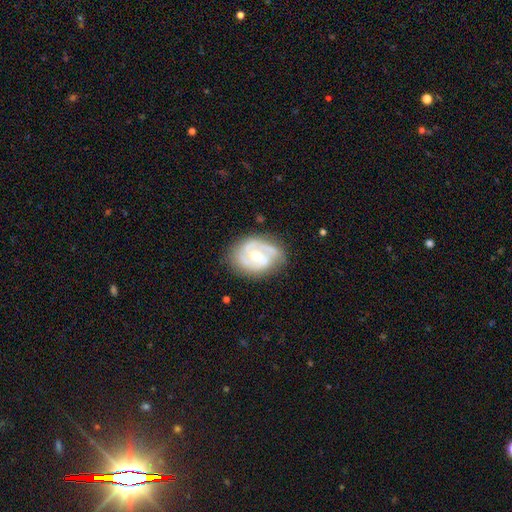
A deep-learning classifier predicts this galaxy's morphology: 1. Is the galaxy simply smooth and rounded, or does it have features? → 82% featured or disk, 14% smooth, 5% star or artifact.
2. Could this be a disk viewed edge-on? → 97% no, 3% yes.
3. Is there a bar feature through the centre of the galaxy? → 48% weak, 37% no, 16% strong.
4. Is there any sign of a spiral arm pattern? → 90% yes, 10% no.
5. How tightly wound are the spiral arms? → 48% tight, 41% medium, 12% loose.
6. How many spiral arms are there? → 63% 2, 13% can't tell, 13% 1, 7% 3, 2% 4, 1% more than 4.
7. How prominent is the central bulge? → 63% moderate, 31% small, 4% large, 1% none, 1% dominant.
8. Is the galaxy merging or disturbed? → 69% none, 21% minor disturbance, 8% major disturbance, 2% merger.